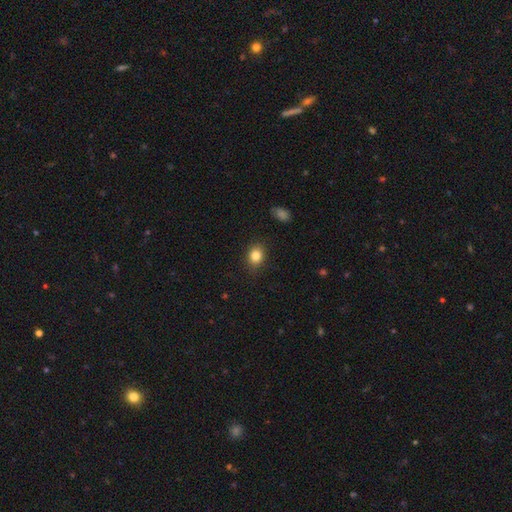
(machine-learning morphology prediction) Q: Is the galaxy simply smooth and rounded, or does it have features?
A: smooth — 84%.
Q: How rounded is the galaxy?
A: round — 52%.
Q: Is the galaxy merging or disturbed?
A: none — 86%.